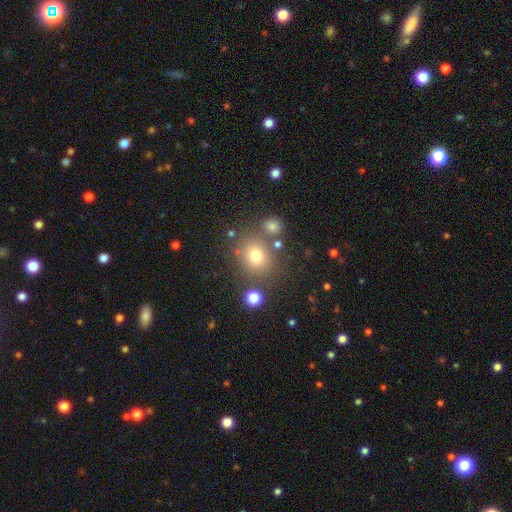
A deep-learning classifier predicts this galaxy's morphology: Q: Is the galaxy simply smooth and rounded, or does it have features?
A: smooth — 74%.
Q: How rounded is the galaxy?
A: round — 72%.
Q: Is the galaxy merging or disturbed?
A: none — 75%.